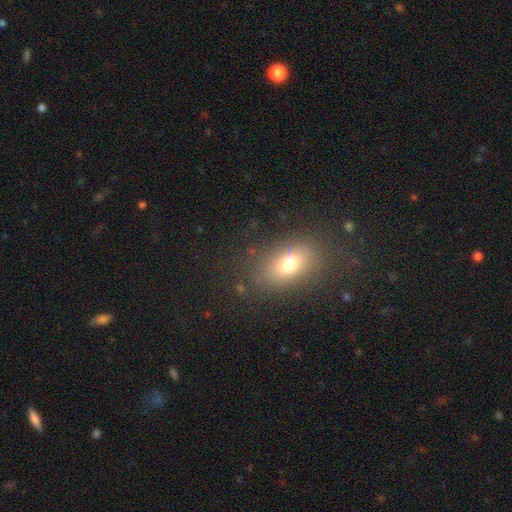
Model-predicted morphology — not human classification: Overall: smooth (70%). How rounded: in between (79%). Merging: none (84%).